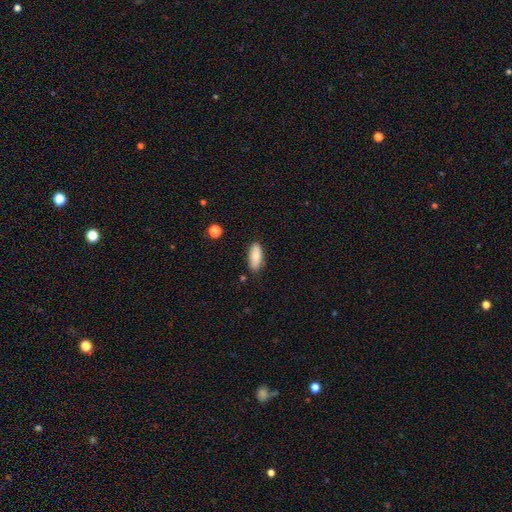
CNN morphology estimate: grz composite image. It shows a smooth galaxy with no disk features (85%) that is in between round and cigar-shaped (78%). Merging: none (83%).